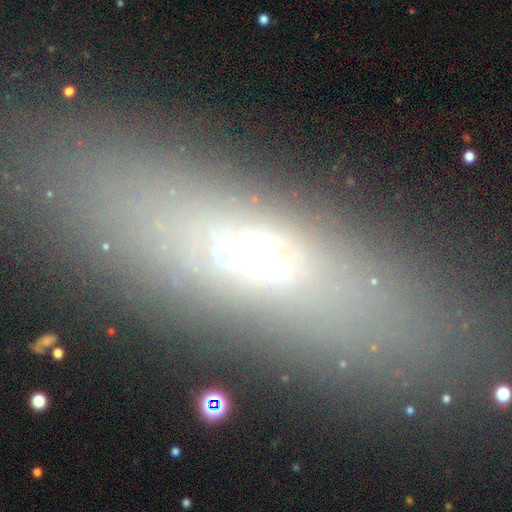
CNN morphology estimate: Smooth or featured: featured or disk — 42% (smooth — 39%)
Merging: none — 75% (minor disturbance — 14%)